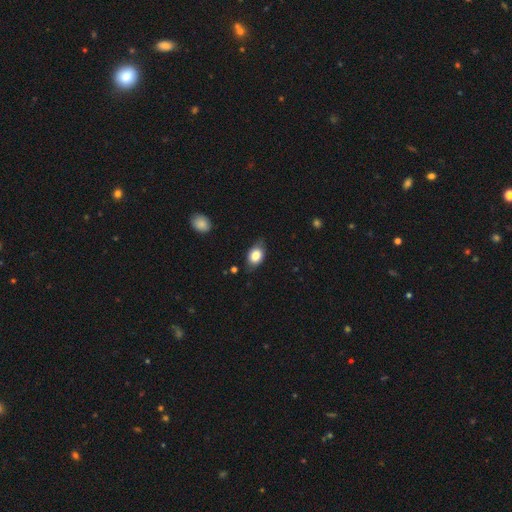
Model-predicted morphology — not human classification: A smooth galaxy with no disk features (80%) that is in between round and cigar-shaped (84%).

Vote fractions:
- Smooth or featured? smooth: 80% / featured or disk: 12% / star or artifact: 7%
- How rounded? in between: 84% / round: 14% / cigar-shaped: 2%
- Merging? none: 74% / minor disturbance: 20% / major disturbance: 4% / merger: 1%